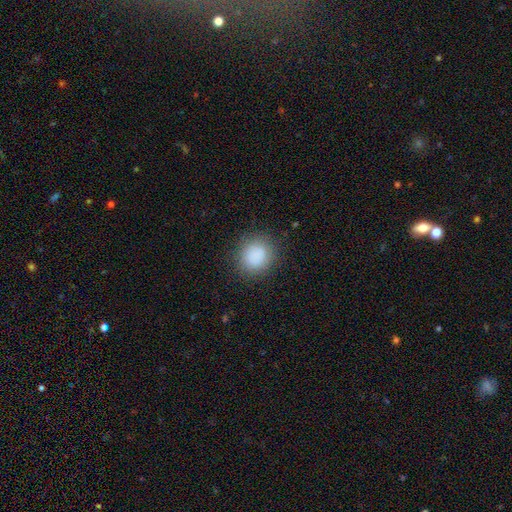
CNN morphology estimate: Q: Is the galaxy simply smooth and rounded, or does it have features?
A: smooth — 86%.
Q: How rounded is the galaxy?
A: round — 82%.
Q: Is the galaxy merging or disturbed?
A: none — 85%.